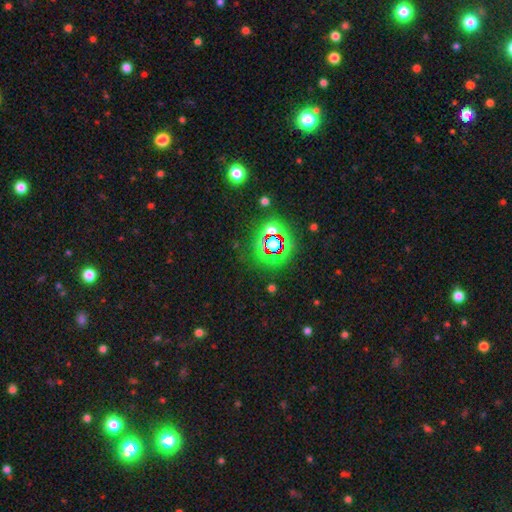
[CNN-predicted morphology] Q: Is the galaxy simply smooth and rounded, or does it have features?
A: star or artifact — 76%.